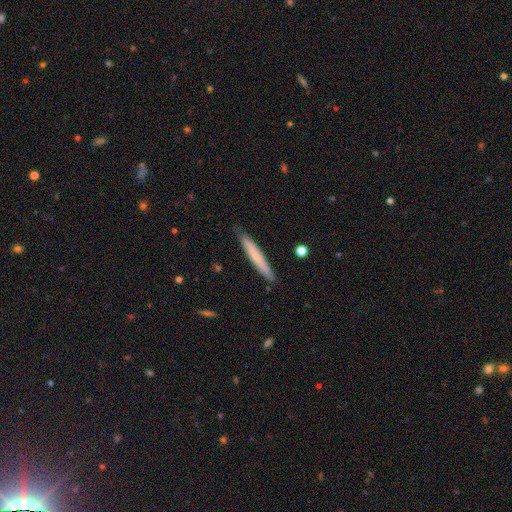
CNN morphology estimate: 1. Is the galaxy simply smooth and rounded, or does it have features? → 66% smooth, 28% featured or disk, 6% star or artifact.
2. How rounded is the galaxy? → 96% cigar-shaped, 3% in between, 1% round.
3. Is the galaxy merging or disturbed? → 85% none, 12% minor disturbance, 2% major disturbance, 1% merger.